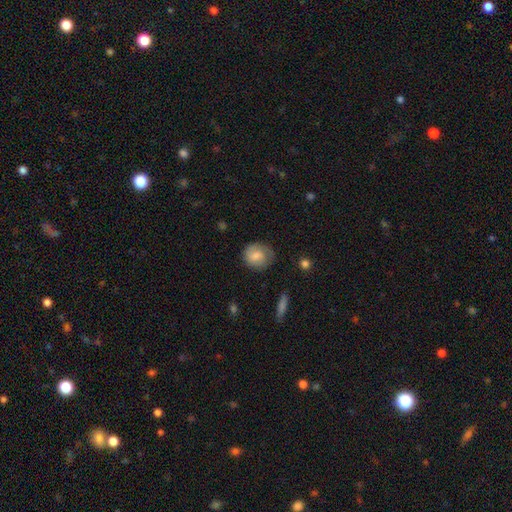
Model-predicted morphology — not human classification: Smooth or featured? Predicted: smooth (p=0.69). How rounded? Predicted: round (p=0.78). Merging? Predicted: none (p=0.72).